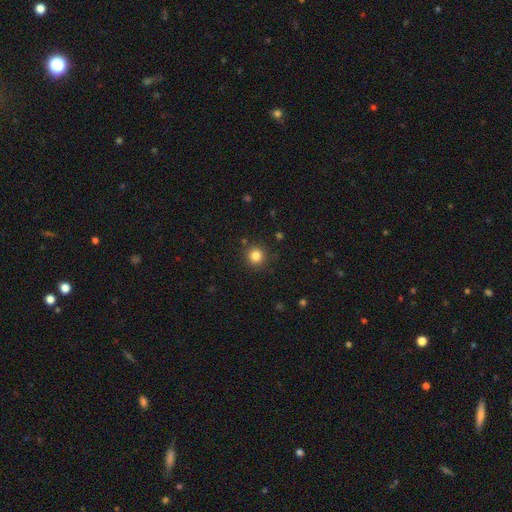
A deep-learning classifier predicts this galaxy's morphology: Smooth or featured? Predicted: smooth (p=0.83). How rounded? Predicted: round (p=0.93). Merging? Predicted: none (p=0.89).